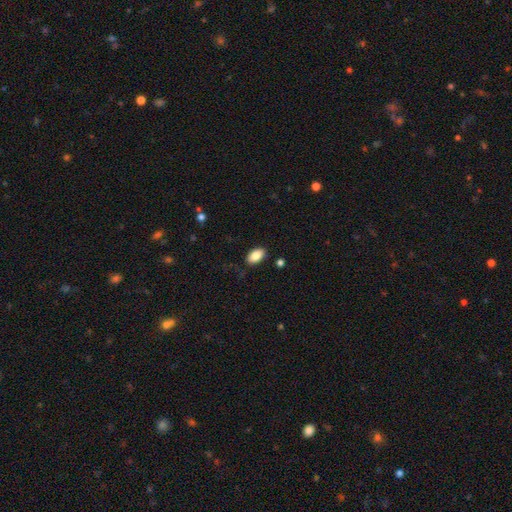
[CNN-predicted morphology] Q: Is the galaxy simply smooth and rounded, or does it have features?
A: smooth — 85%.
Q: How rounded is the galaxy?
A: in between — 93%.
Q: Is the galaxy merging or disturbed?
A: none — 84%.